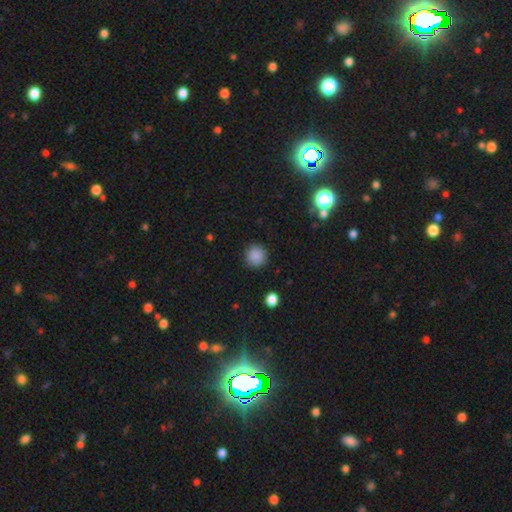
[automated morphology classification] smooth_or_featured: smooth (p=0.86) [alt: star or artifact p=0.11]
how_rounded: round (p=0.94) [alt: in between p=0.05]
merging: none (p=0.90) [alt: minor disturbance p=0.06]